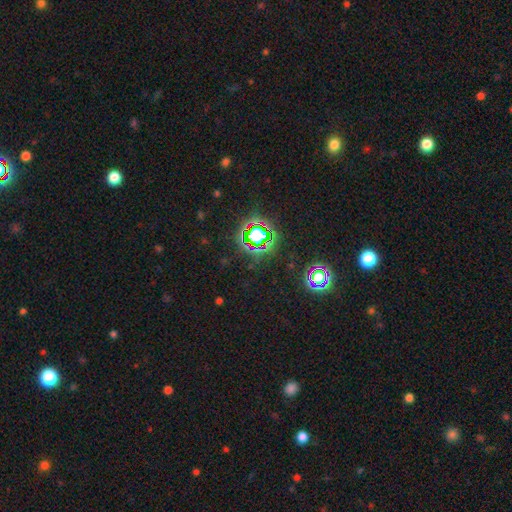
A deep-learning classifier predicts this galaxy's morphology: Smooth or featured? star or artifact (80%)